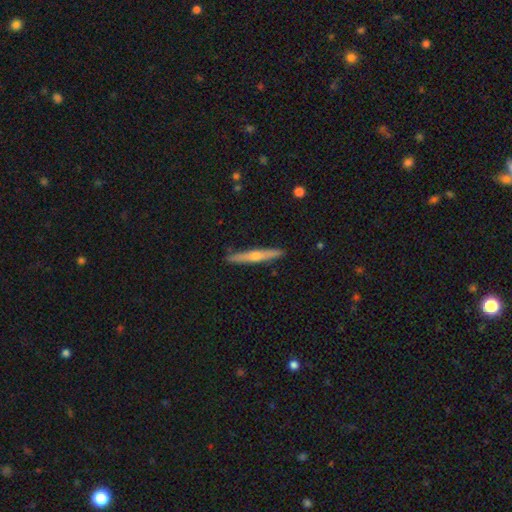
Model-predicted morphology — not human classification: This appears to be a featured or disk galaxy (63%) viewed edge-on (96%) with a rounded central bulge (85%). Merging: none (91%).